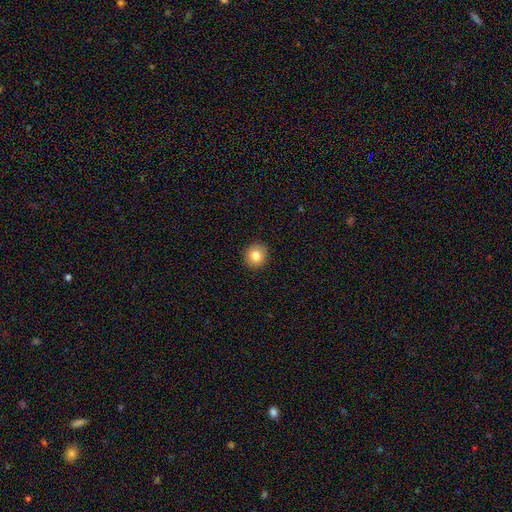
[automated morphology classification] smooth_or_featured: smooth (p=0.81) [alt: star or artifact p=0.10]
how_rounded: round (p=0.92) [alt: in between p=0.07]
merging: none (p=0.92) [alt: minor disturbance p=0.05]